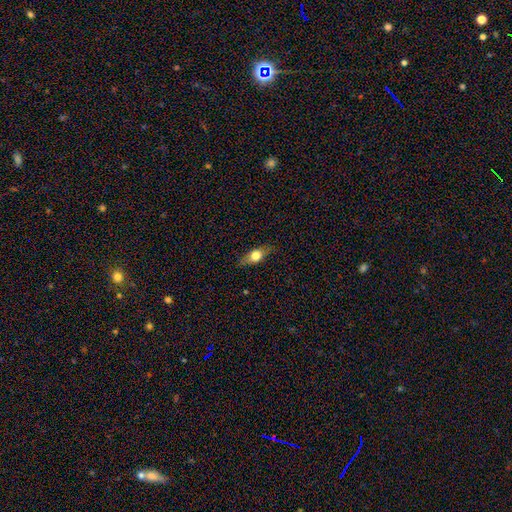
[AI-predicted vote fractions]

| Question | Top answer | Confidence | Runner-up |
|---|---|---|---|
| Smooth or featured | smooth | 59% | featured or disk (33%) |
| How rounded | in between | 66% | cigar-shaped (24%) |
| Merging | none | 82% | minor disturbance (14%) |